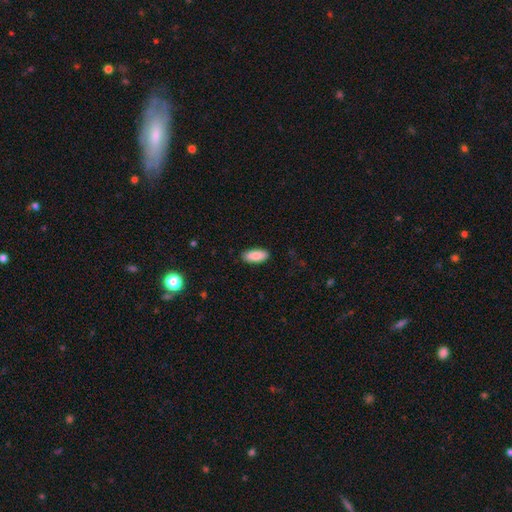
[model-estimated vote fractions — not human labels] Smooth or featured: smooth — 89% (star or artifact — 6%)
How rounded: in between — 87% (cigar-shaped — 12%)
Merging: none — 88% (minor disturbance — 9%)